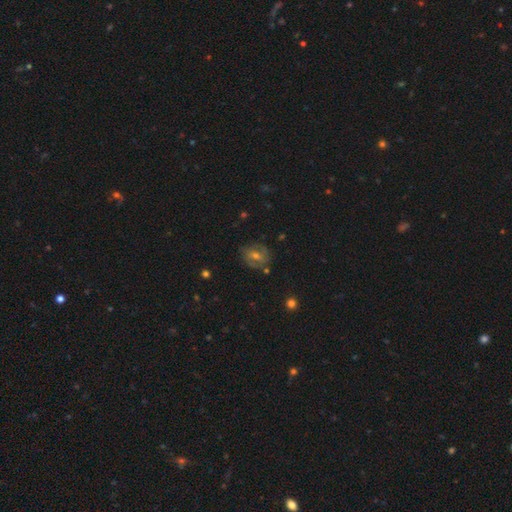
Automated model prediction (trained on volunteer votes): Smooth or featured: featured or disk — 54% (smooth — 28%)
Edge-on disk: no — 95% (yes — 5%)
Bar: weak — 44% (no — 41%)
Spiral arms: yes — 74% (no — 26%)
Bulge size: moderate — 56% (small — 37%)
Merging: none — 76% (minor disturbance — 15%)